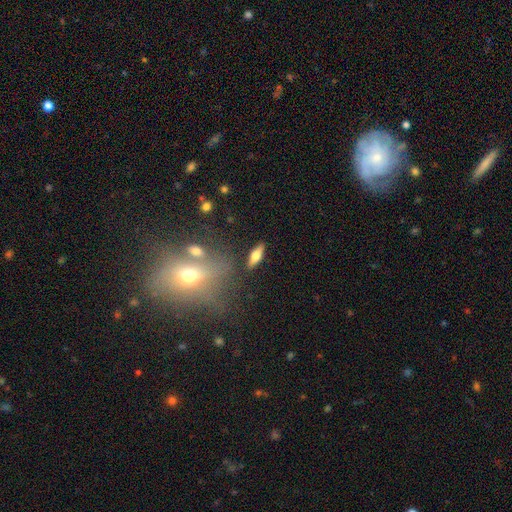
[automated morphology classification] type=smooth (56%); roundness=in between (59%); merging=none (84%).